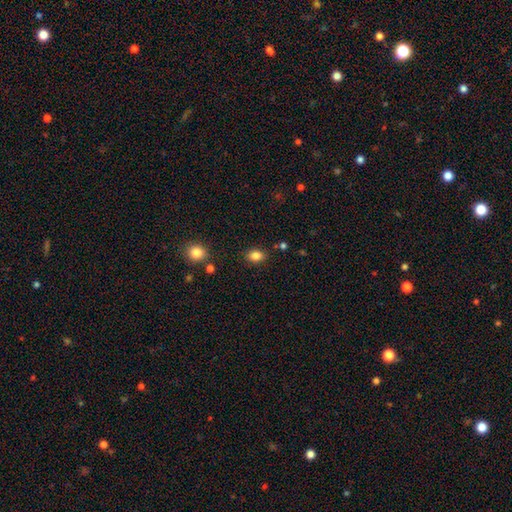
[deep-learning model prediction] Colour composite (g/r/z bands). It shows a smooth galaxy with no disk features (84%) that is in between round and cigar-shaped (67%). Merging: none (84%).